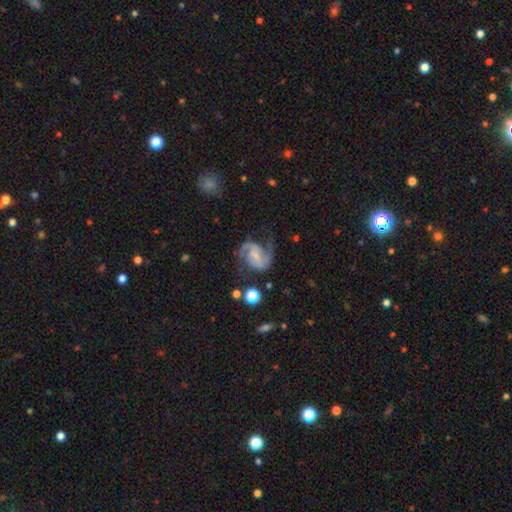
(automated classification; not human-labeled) The model was most divided on "bar": weak: 50%, no: 33%, strong: 18%. Remaining: edge-on disk — no (98%); spiral arms — yes (95%); spiral arm count — 2 (86%); smooth or featured — featured or disk (84%); merging — none (60%); spiral winding — medium (54%); bulge size — small (49%).